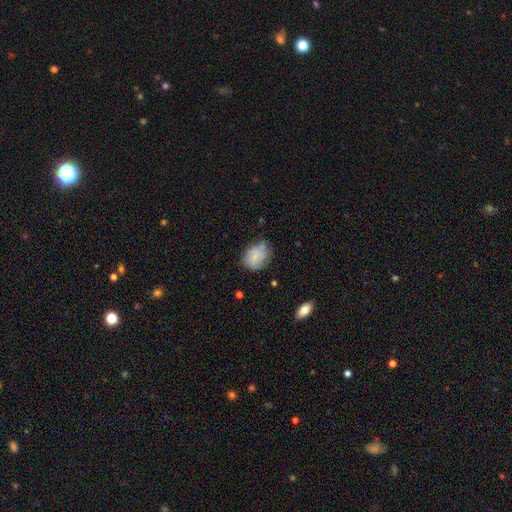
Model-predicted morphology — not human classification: Smooth or featured? smooth (67%)
How rounded? in between (58%)
Merging? none (56%)